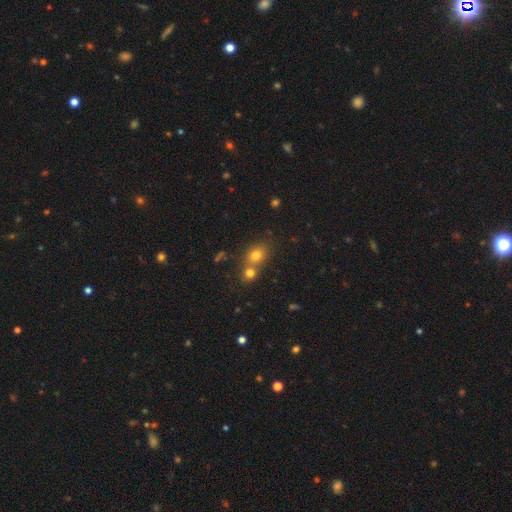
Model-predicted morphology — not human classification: The model was most divided on "merging" (2-way tie): merger: 45%, none: 45%, minor disturbance: 7%, major disturbance: 3%. More confident: smooth or featured — smooth (73%); how rounded — round (62%).